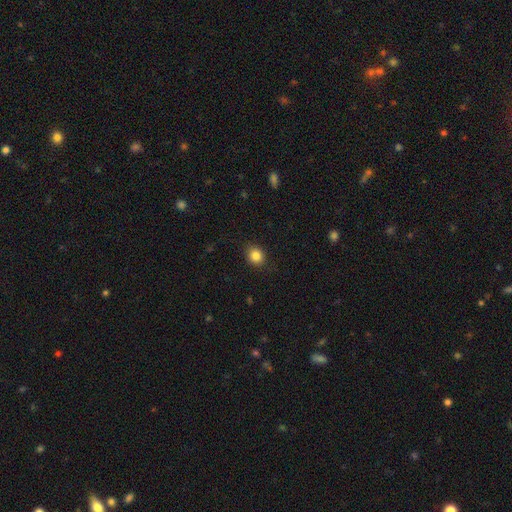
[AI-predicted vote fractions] Q: Smooth or featured?
A: smooth (84%); runner-up: star or artifact (11%)
Q: How rounded?
A: round (76%); runner-up: in between (23%)
Q: Merging?
A: none (88%); runner-up: minor disturbance (8%)